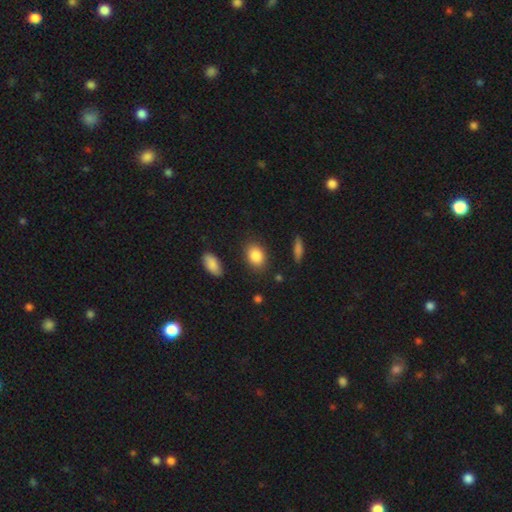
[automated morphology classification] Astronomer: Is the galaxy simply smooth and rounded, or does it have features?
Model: smooth — 86%.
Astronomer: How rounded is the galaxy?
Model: in between — 73%.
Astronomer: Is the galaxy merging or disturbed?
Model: none — 84%.